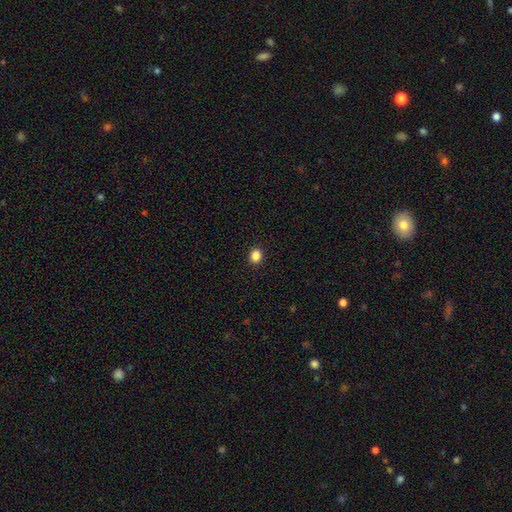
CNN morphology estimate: A smooth galaxy with no disk features (85%) that is round (75%). Merging: none (92%).